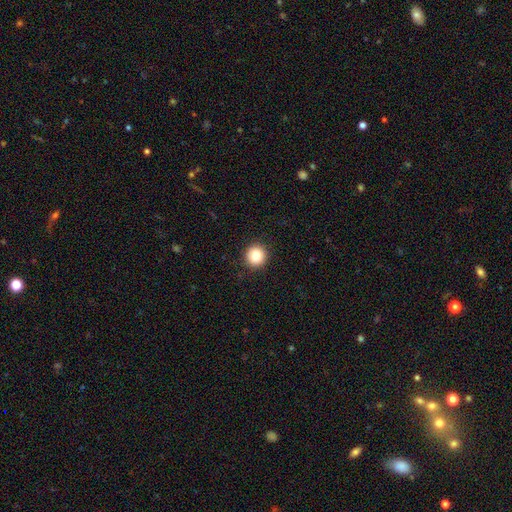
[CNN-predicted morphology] type=smooth (84%); roundness=round (93%); merging=none (92%).